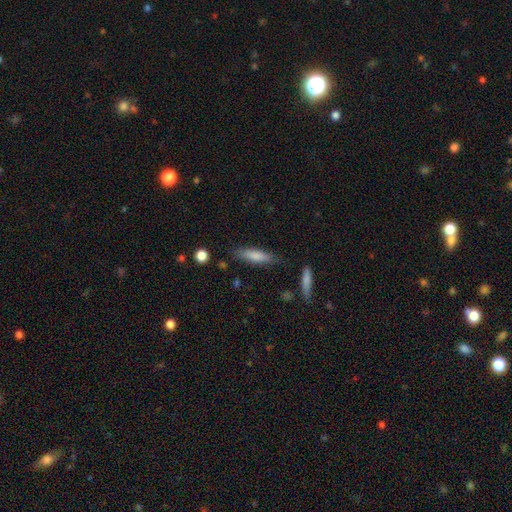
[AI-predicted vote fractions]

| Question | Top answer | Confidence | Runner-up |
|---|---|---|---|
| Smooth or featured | smooth | 77% | featured or disk (16%) |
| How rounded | cigar-shaped | 67% | in between (31%) |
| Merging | none | 77% | minor disturbance (15%) |